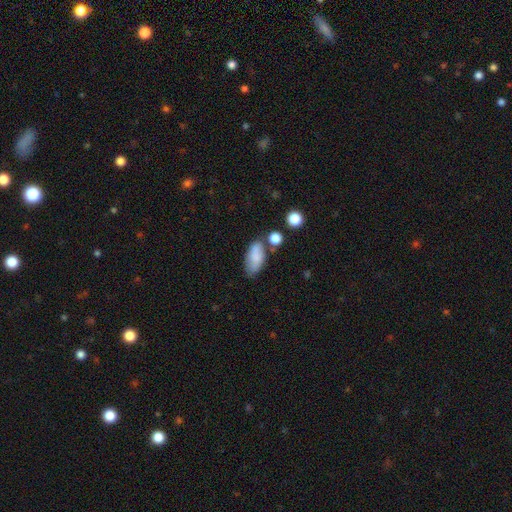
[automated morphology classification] Overall: smooth (79%). How rounded: in between (90%). Merging: none (60%; minor disturbance 22%).